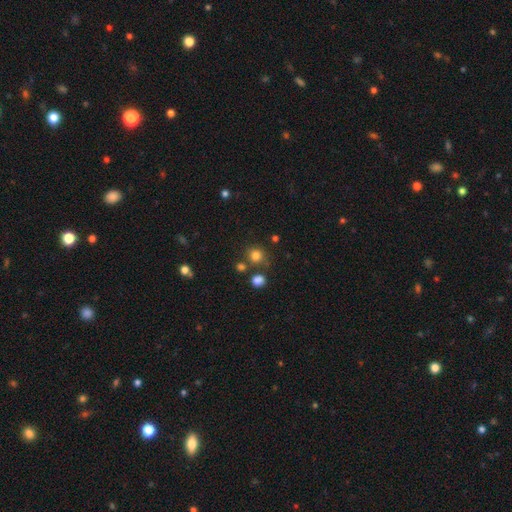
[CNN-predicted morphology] type=smooth (79%); roundness=round (87%); merging=none (74%).